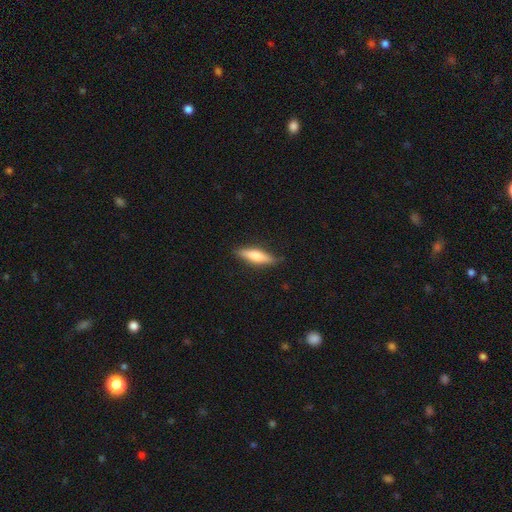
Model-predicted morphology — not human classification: This is likely a smooth galaxy (61%). How rounded: likely cigar-shaped (67%). Merging: clearly none (85%).